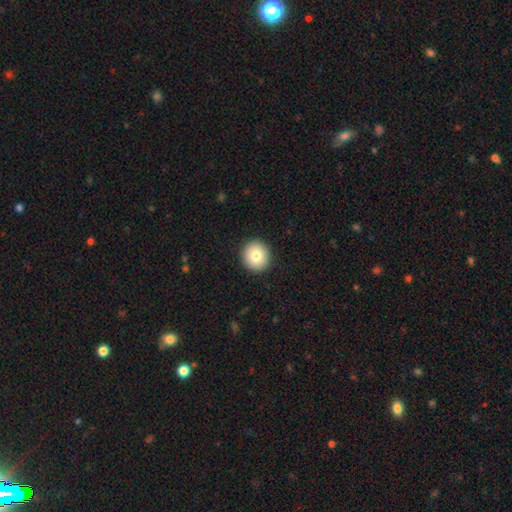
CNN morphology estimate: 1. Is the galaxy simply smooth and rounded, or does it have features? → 82% smooth, 10% featured or disk, 8% star or artifact.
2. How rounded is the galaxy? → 91% round, 8% in between, 1% cigar-shaped.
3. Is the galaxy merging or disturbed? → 92% none, 5% minor disturbance, 2% major disturbance, 1% merger.